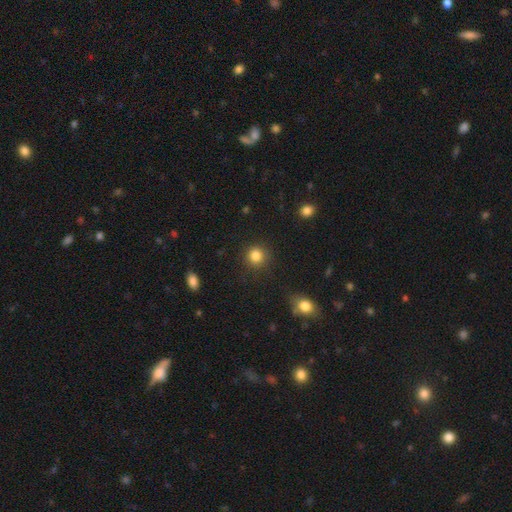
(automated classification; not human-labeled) This is clearly a smooth galaxy (85%). How rounded: clearly round (91%). Merging: clearly none (87%).